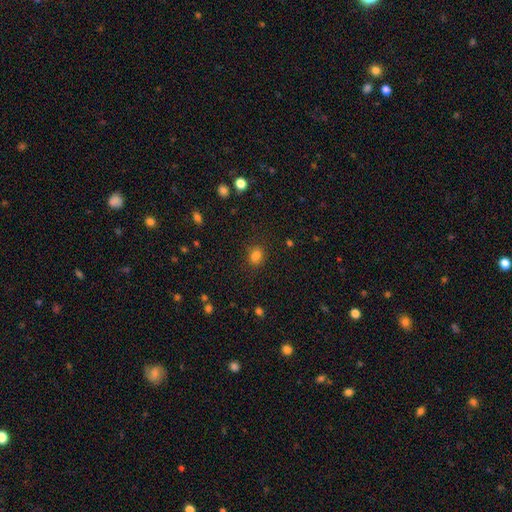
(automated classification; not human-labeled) The model was most divided on "how rounded": in between: 50%, round: 49%, cigar-shaped: 1%. More confident: smooth or featured — smooth (80%); merging — none (76%).